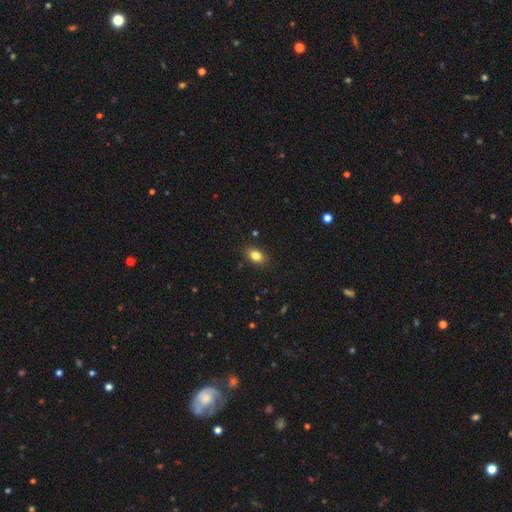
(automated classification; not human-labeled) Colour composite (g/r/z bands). It shows a smooth galaxy with no disk features (82%) that is in between round and cigar-shaped (81%). Merging: none (86%).